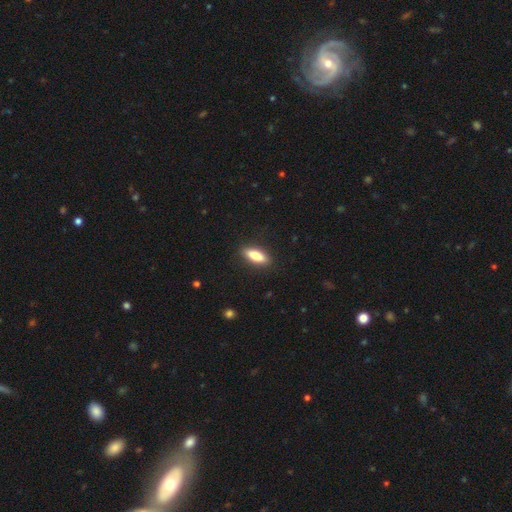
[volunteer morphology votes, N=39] This is likely a smooth galaxy (79%). How rounded: likely in between (61%). Merging: clearly none (87%).